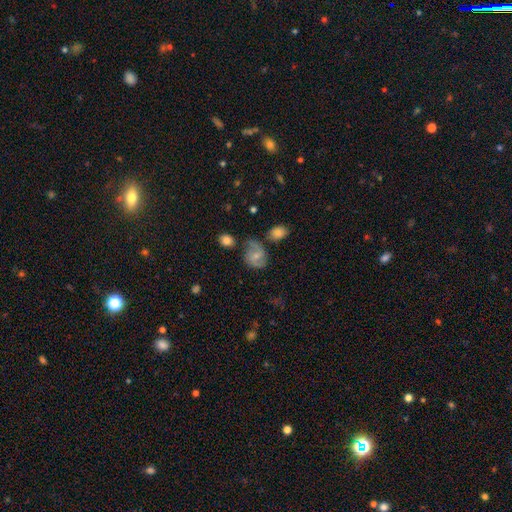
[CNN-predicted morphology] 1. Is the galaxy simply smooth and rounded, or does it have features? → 55% featured or disk, 36% smooth, 9% star or artifact.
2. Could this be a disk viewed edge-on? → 97% no, 3% yes.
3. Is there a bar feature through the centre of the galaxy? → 46% weak, 40% no, 14% strong.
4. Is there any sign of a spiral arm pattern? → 86% yes, 14% no.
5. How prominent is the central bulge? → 54% small, 35% moderate, 8% none, 2% large, 1% dominant.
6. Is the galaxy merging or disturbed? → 57% none, 23% minor disturbance, 10% merger, 10% major disturbance.